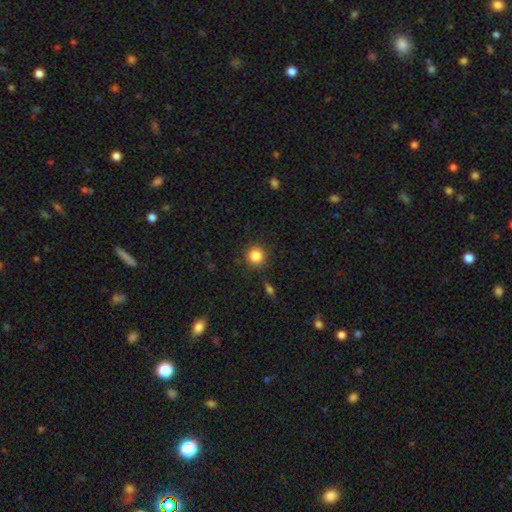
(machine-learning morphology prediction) Smooth or featured? Predicted: smooth (p=0.85). How rounded? Predicted: round (p=0.93). Merging? Predicted: none (p=0.89).